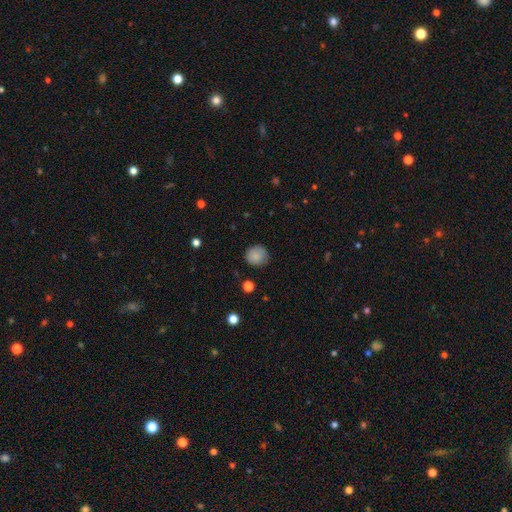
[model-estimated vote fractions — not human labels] Smooth or featured: smooth — 86% (star or artifact — 9%)
How rounded: round — 89% (in between — 10%)
Merging: none — 84% (minor disturbance — 12%)